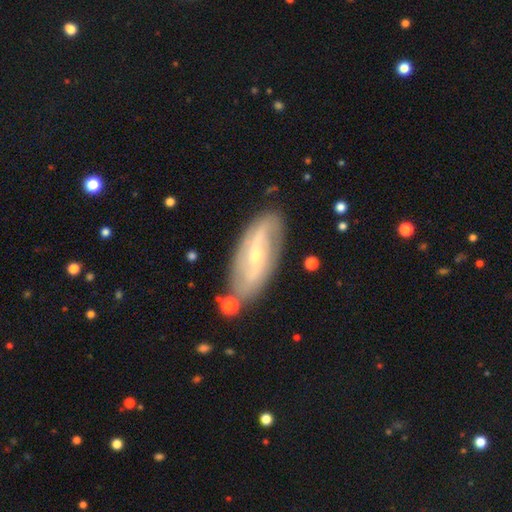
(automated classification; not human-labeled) smooth-or-featured: featured or disk: 78% | smooth: 16% | star or artifact: 6%
  disk-edge-on: no: 89% | yes: 11%
    bar: no: 37% (tied) | weak: 37% (tied) | strong: 26%
    has-spiral-arms: yes: 87% | no: 13%
      spiral-winding: loose: 45% | medium: 33% | tight: 21%
      spiral-arm-count: 2: 81% | can't tell: 12% | 3: 2% | 1: 2% | 4: 1% | more than 4: 1%
    bulge-size: small: 73% | moderate: 24% | none: 1% | large: 1% | dominant: 1%
  merging: none: 80% | minor disturbance: 13% | major disturbance: 4% | merger: 3%